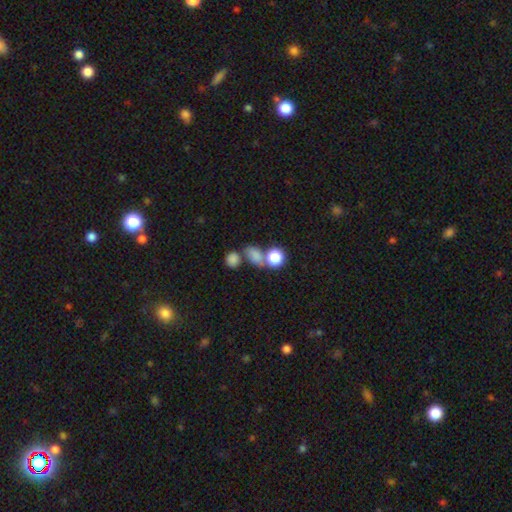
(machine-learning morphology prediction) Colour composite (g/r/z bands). It shows a smooth galaxy with no disk features (76%) that is round (49%). Merging: none (47%).